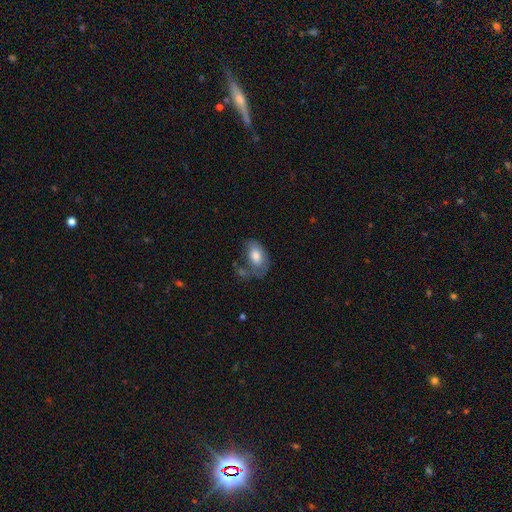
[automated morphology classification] smooth_or_featured: smooth (p=0.71) [alt: featured or disk p=0.22]
how_rounded: in between (p=0.92) [alt: round p=0.06]
merging: none (p=0.43) [alt: minor disturbance p=0.26]